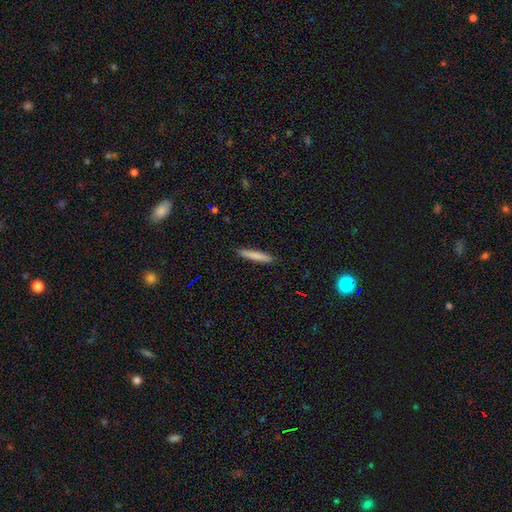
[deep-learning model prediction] Smooth or featured: smooth — 80% (featured or disk — 14%)
How rounded: cigar-shaped — 94% (in between — 5%)
Merging: none — 91% (minor disturbance — 7%)